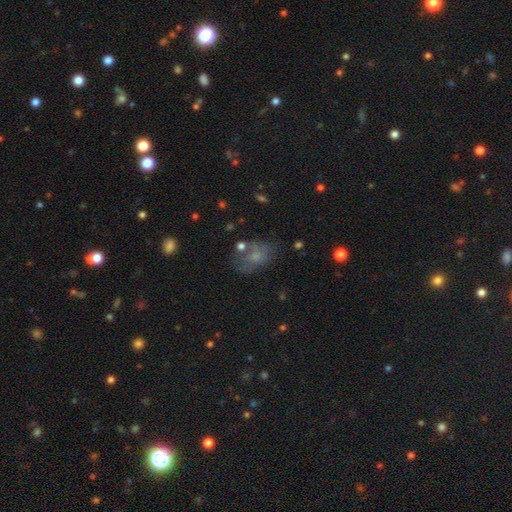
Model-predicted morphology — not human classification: Smooth or featured?
  - smooth: 53% *
  - featured or disk: 31%
  - star or artifact: 16%
How rounded?
  - in between: 80% *
  - round: 18%
  - cigar-shaped: 2%
Merging?
  - none: 48% *
  - minor disturbance: 24%
  - major disturbance: 18%
  - merger: 9%